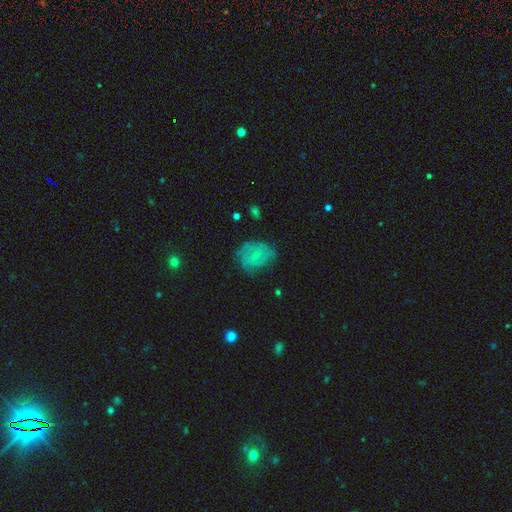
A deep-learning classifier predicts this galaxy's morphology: smooth_or_featured: featured or disk (p=0.47) [alt: smooth p=0.43]
merging: none (p=0.58) [alt: minor disturbance p=0.27]